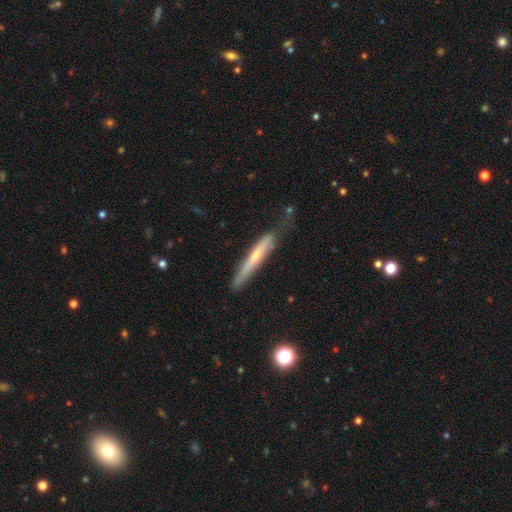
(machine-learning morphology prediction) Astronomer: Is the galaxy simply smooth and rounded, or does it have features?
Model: featured or disk — 49% (runner-up: smooth, 44%).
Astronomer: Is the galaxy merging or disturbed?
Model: none — 65%.